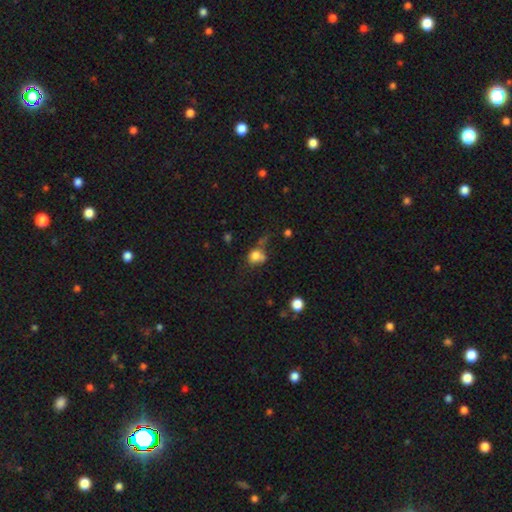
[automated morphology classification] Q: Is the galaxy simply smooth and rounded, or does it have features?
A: smooth — 76%.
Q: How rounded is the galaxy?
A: round — 66%.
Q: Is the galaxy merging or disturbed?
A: none — 40%.